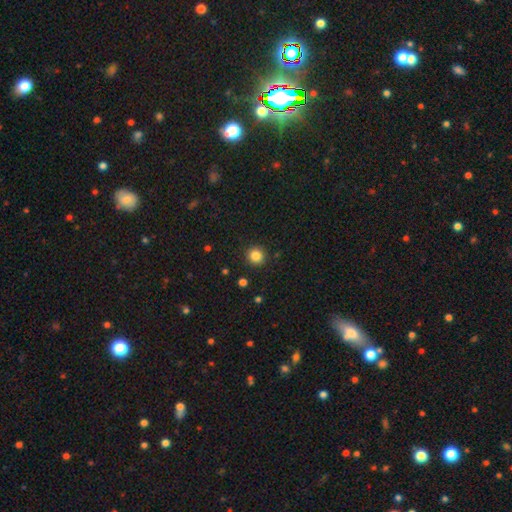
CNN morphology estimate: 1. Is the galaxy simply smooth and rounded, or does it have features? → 85% smooth, 11% star or artifact, 4% featured or disk.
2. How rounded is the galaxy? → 93% round, 6% in between, 1% cigar-shaped.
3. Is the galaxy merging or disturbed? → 92% none, 5% minor disturbance, 2% major disturbance, 1% merger.